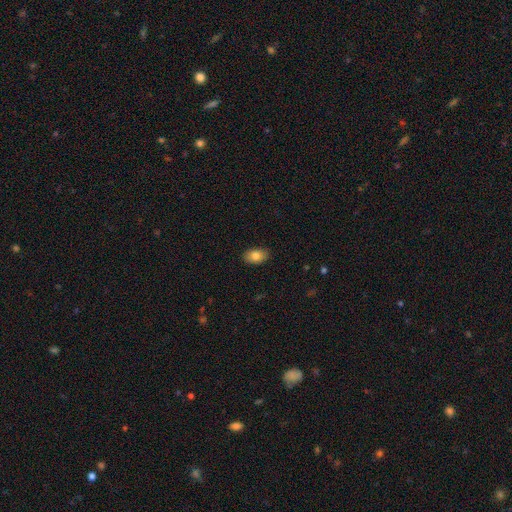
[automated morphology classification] Overall: smooth (83%). How rounded: in between (90%). Merging: none (86%).